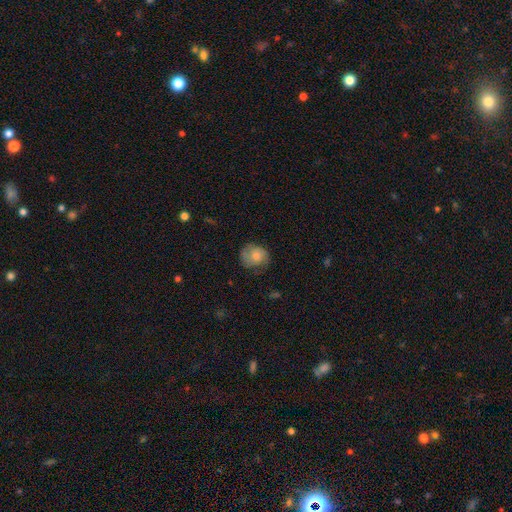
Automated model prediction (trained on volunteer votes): A smooth galaxy with no disk features (62%) that is round (72%). Merging: none (64%).